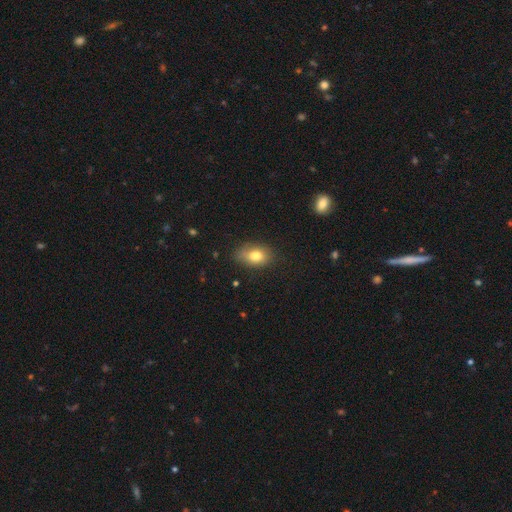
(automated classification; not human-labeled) This is likely a smooth galaxy (79%). How rounded: clearly in between (81%). Merging: likely none (71%).